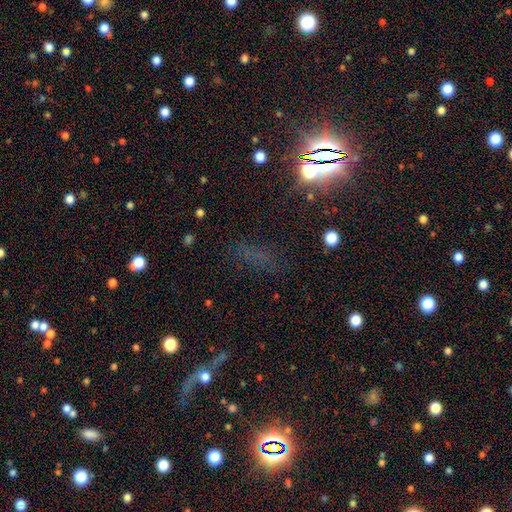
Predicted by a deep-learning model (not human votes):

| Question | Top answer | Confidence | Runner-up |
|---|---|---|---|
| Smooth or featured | star or artifact | 56% | smooth (29%) |